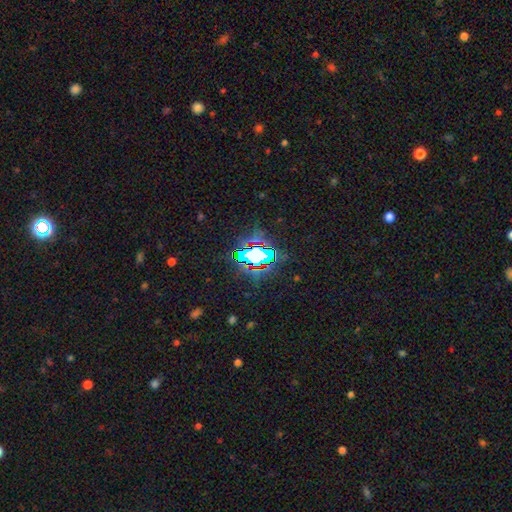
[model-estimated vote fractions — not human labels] Smooth or featured: star or artifact — 69% (smooth — 18%)